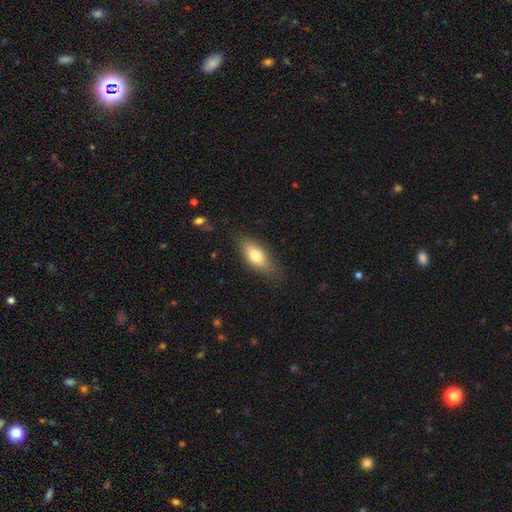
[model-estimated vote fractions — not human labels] A smooth galaxy with no disk features (71%) that is in between round and cigar-shaped (76%).

Vote fractions:
- Smooth or featured? smooth: 71% / featured or disk: 22% / star or artifact: 7%
- How rounded? in between: 76% / cigar-shaped: 21% / round: 4%
- Merging? none: 80% / minor disturbance: 15% / major disturbance: 4% / merger: 1%